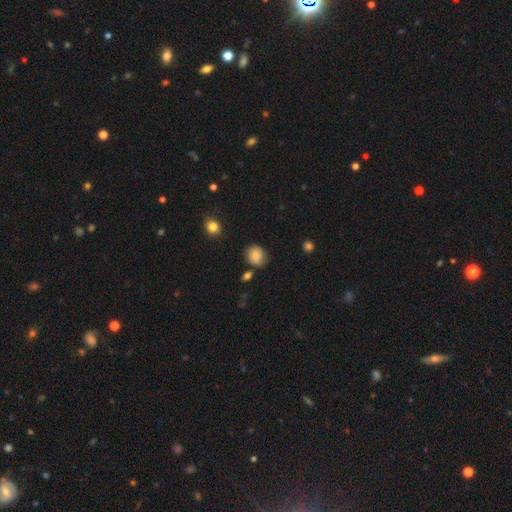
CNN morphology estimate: A smooth galaxy with no disk features (83%) that is round (68%).

Vote fractions:
- Smooth or featured? smooth: 83% / star or artifact: 9% / featured or disk: 9%
- How rounded? round: 68% / in between: 31% / cigar-shaped: 1%
- Merging? none: 67% / minor disturbance: 23% / major disturbance: 6% / merger: 5%